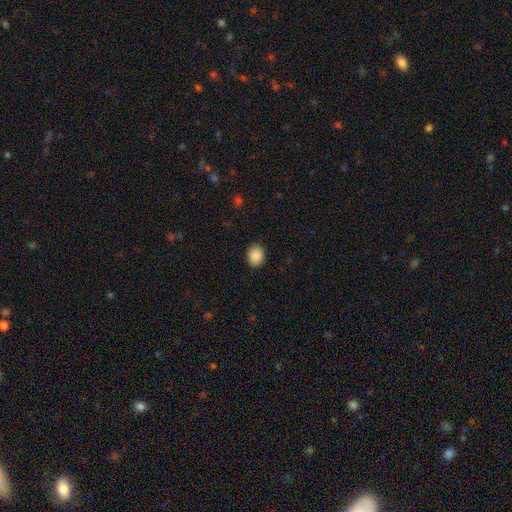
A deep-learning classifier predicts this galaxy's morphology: smooth_or_featured: smooth (p=0.89) [alt: star or artifact p=0.08]
how_rounded: in between (p=0.52) [alt: round p=0.48]
merging: none (p=0.89) [alt: minor disturbance p=0.08]